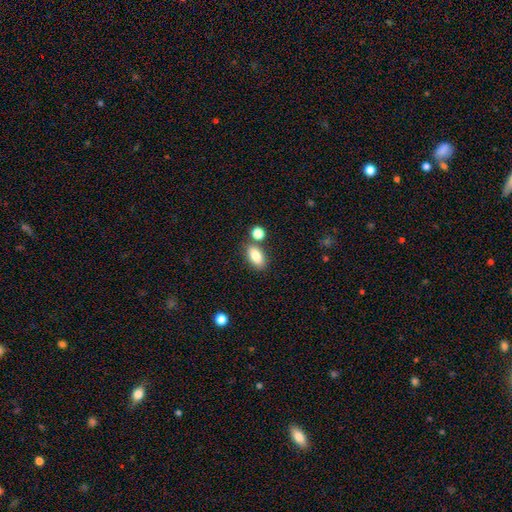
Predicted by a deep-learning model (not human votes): A smooth galaxy with no disk features (84%) that is in between round and cigar-shaped (88%).

Vote fractions:
- Smooth or featured? smooth: 84% / star or artifact: 8% / featured or disk: 8%
- How rounded? in between: 88% / round: 7% / cigar-shaped: 5%
- Merging? none: 74% / merger: 13% / minor disturbance: 11% / major disturbance: 3%